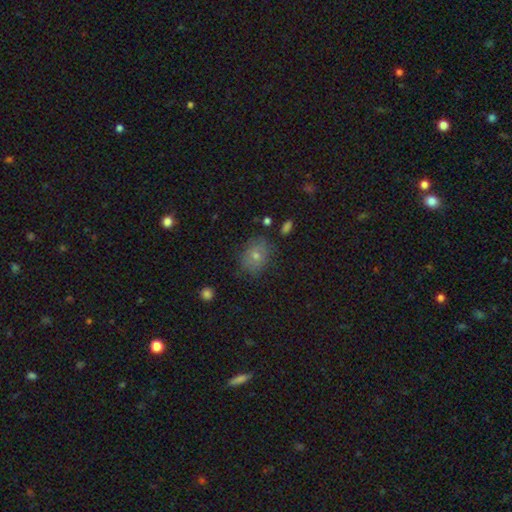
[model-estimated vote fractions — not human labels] Smooth or featured? smooth (64%)
How rounded? in between (50%)
Merging? none (78%)